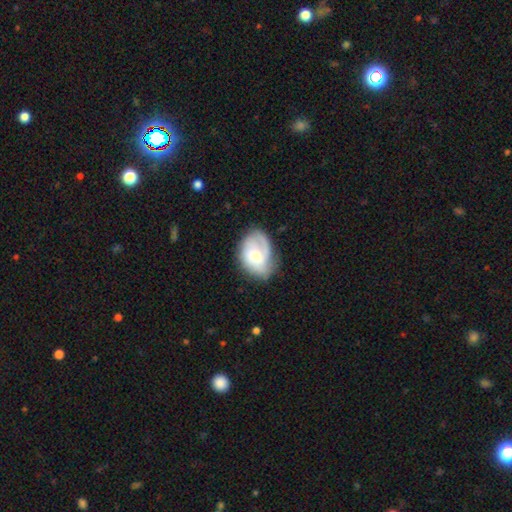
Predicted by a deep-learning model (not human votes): featured or disk 53%, smooth 41%, star or artifact 7%. Down the decision tree: edge-on disk — no (95%); bar — no (69%); spiral arms — yes (74%); bulge size — moderate (60%); merging — none (57%).